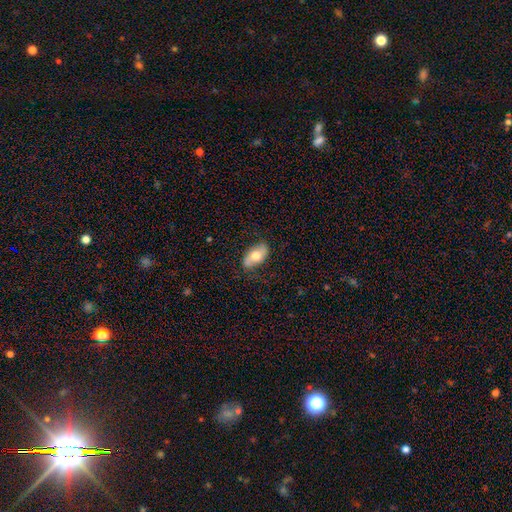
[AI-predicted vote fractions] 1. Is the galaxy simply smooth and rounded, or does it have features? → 61% smooth, 33% featured or disk, 6% star or artifact.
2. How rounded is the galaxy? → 92% in between, 5% round, 3% cigar-shaped.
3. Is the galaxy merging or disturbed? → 76% none, 18% minor disturbance, 5% major disturbance, 1% merger.